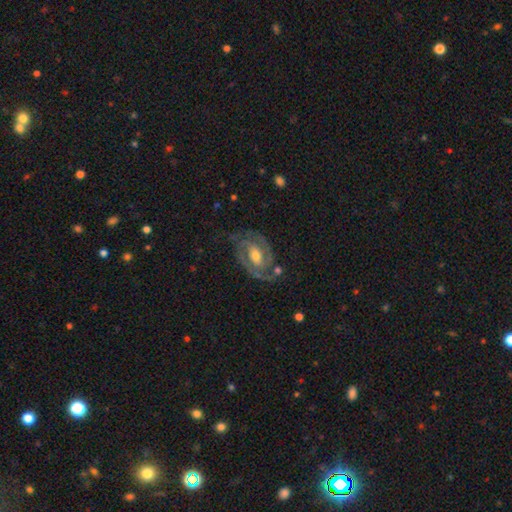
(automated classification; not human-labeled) This is clearly a featured or disk galaxy (91%). It is clearly not viewed edge-on (97%). Bar: marginally weak (45%). Spiral arm pattern: clearly yes (98%). Spiral arm count: clearly 2 (87%). Spiral winding: possibly tight (51%). Central bulge: likely moderate (67%). Merging: likely none (74%).